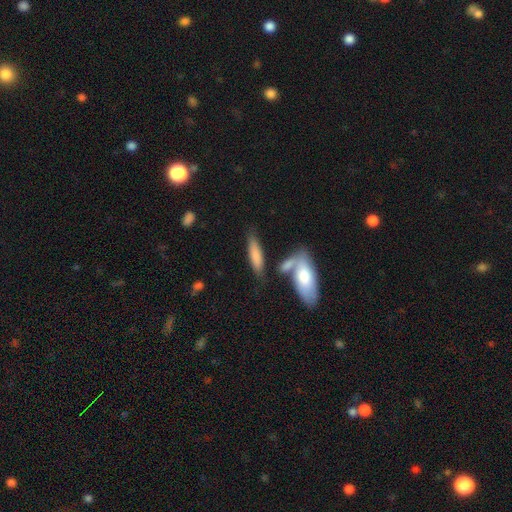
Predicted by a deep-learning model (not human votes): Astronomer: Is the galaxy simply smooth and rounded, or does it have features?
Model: smooth — 77%.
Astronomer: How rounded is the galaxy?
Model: cigar-shaped — 60% (runner-up: in between, 38%).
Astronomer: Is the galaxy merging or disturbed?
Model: none — 56%.